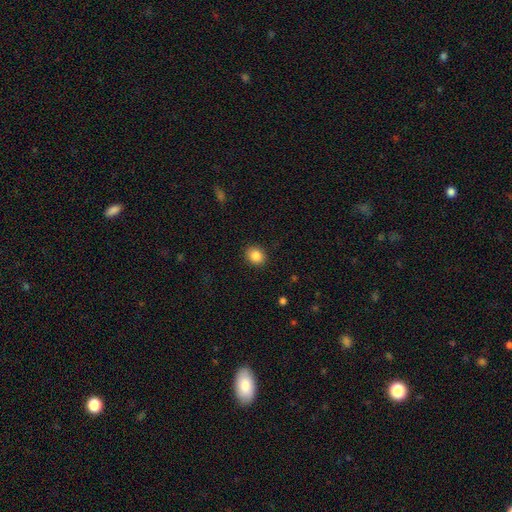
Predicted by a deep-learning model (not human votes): The model was most divided on "how rounded": round: 62%, in between: 37%, cigar-shaped: 1%. More confident: merging — none (90%); smooth or featured — smooth (87%).